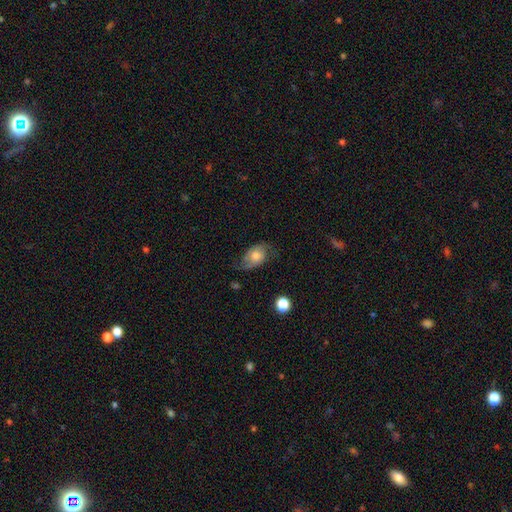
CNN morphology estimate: smooth_or_featured: smooth (p=0.46) [alt: featured or disk p=0.45]
merging: none (p=0.56) [alt: minor disturbance p=0.27]